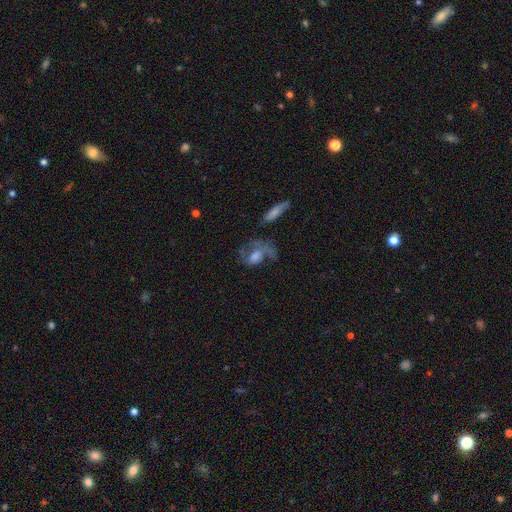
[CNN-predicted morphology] type=featured or disk (58%); edge-on=no (94%); bar=no (71%); spiral arms=yes (63%); bulge=moderate (36%); merging=none (39%).